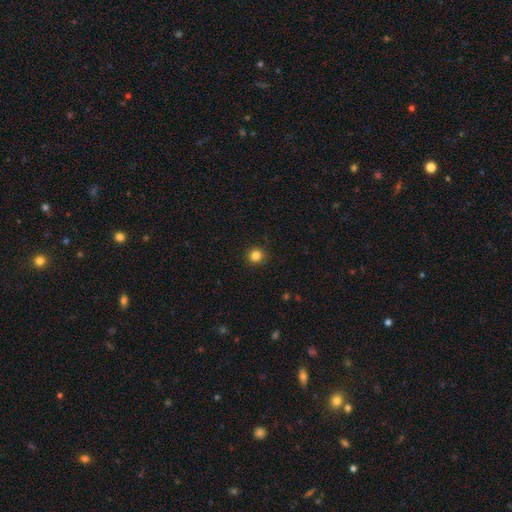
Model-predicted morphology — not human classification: Smooth or featured?
  - smooth: 83% *
  - star or artifact: 12%
  - featured or disk: 4%
How rounded?
  - round: 93% *
  - in between: 6%
  - cigar-shaped: 1%
Merging?
  - none: 91% *
  - minor disturbance: 6%
  - major disturbance: 2%
  - merger: 1%